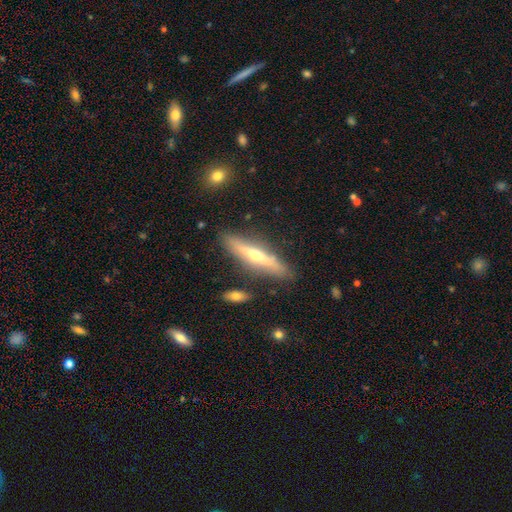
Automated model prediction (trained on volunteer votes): smooth_or_featured: featured or disk (p=0.67) [alt: smooth p=0.26]
disk_edge_on: yes (p=0.93) [alt: no p=0.07]
edge_on_bulge: rounded (p=0.86) [alt: none p=0.11]
merging: none (p=0.85) [alt: minor disturbance p=0.10]